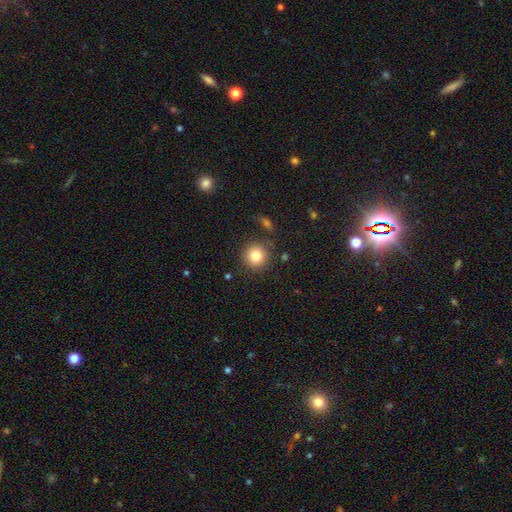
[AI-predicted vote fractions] smooth-or-featured: smooth: 82% | star or artifact: 11% | featured or disk: 7%
  how-rounded: round: 93% | in between: 6% | cigar-shaped: 1%
  merging: none: 86% | minor disturbance: 8% | major disturbance: 3% | merger: 3%